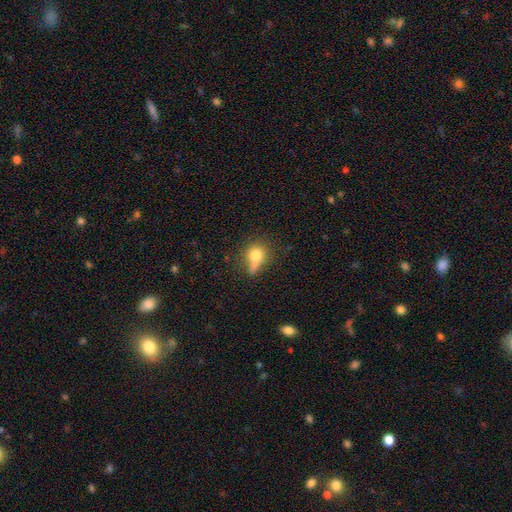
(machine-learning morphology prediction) A smooth galaxy with no disk features (75%) that is round (56%).

Vote fractions:
- Smooth or featured? smooth: 75% / featured or disk: 14% / star or artifact: 12%
- How rounded? round: 56% / in between: 39% / cigar-shaped: 5%
- Merging? none: 39% / minor disturbance: 25% / major disturbance: 18% / merger: 18%